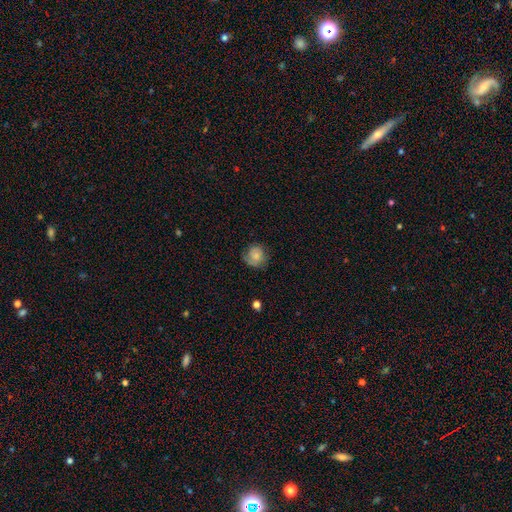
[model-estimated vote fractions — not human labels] A smooth galaxy with no disk features (66%) that is round (82%).

Vote fractions:
- Smooth or featured? smooth: 66% / featured or disk: 26% / star or artifact: 8%
- How rounded? round: 82% / in between: 17% / cigar-shaped: 1%
- Merging? none: 62% / minor disturbance: 25% / major disturbance: 11% / merger: 1%